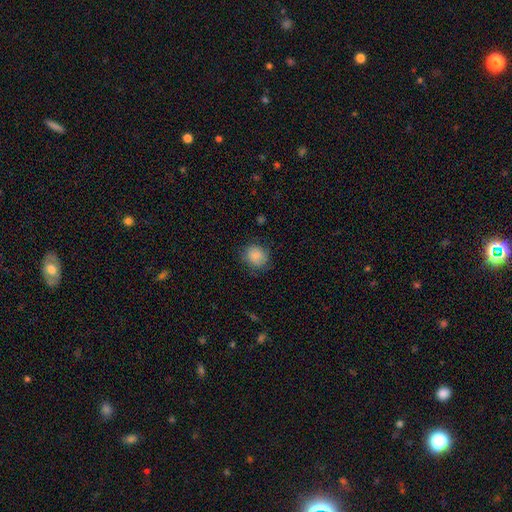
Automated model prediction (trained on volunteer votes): Q: Smooth or featured?
A: smooth (82%); runner-up: featured or disk (10%)
Q: How rounded?
A: round (77%); runner-up: in between (22%)
Q: Merging?
A: none (75%); runner-up: minor disturbance (19%)